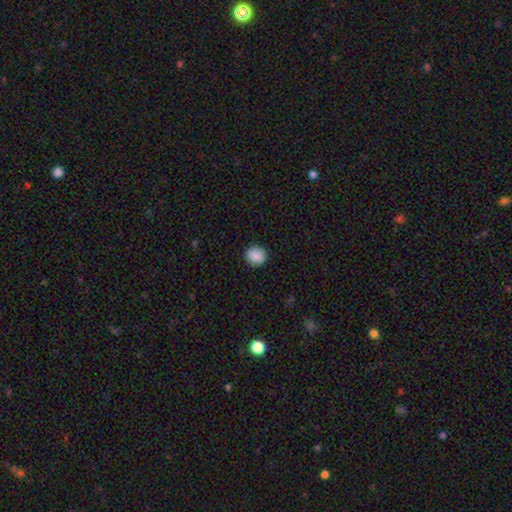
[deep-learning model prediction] The model was most divided on "how rounded": round: 80%, in between: 19%, cigar-shaped: 1%. More confident: merging — none (90%); smooth or featured — smooth (87%).